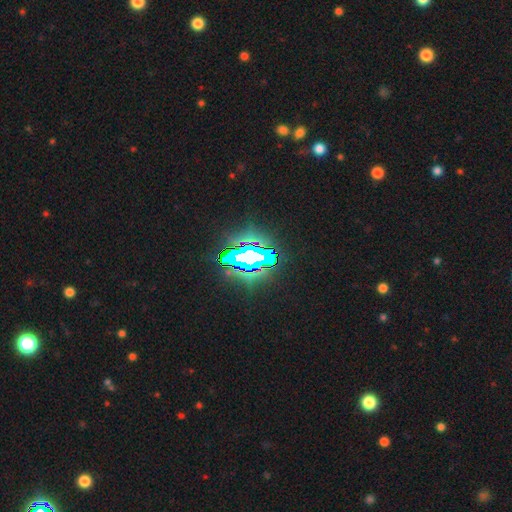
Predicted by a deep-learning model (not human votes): A star or artifact, not a galaxy (73%).